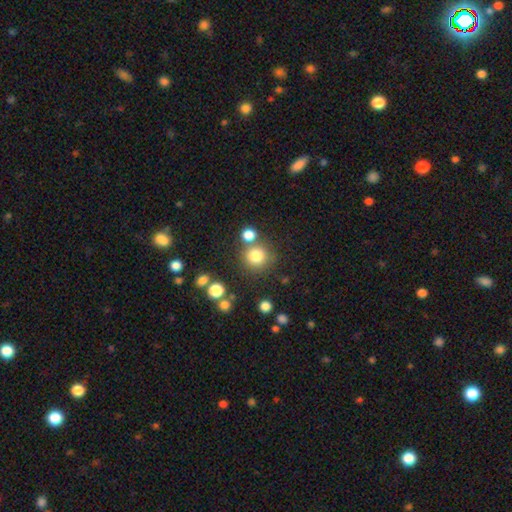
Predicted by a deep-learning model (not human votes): Overall: smooth (79%). How rounded: round (91%). Merging: none (73%).